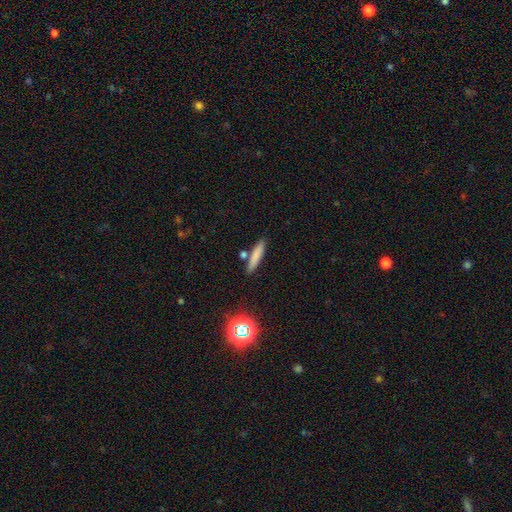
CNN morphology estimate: This is likely a smooth galaxy (78%). How rounded: clearly cigar-shaped (86%). Merging: likely none (79%).